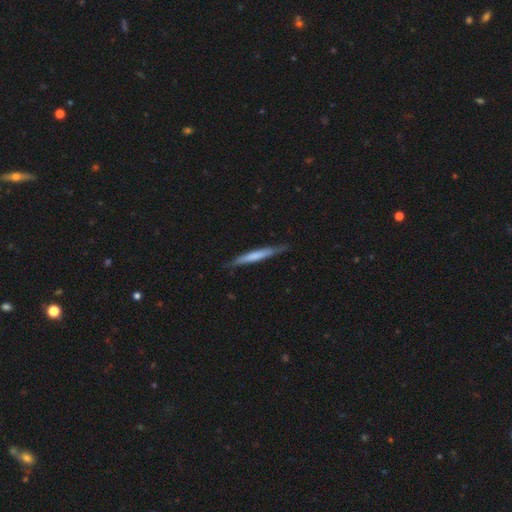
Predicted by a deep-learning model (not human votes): Smooth or featured?
  - smooth: 58% *
  - featured or disk: 37%
  - star or artifact: 5%
How rounded?
  - cigar-shaped: 95% *
  - in between: 3%
  - round: 1%
Merging?
  - none: 81% *
  - minor disturbance: 15%
  - major disturbance: 2%
  - merger: 1%